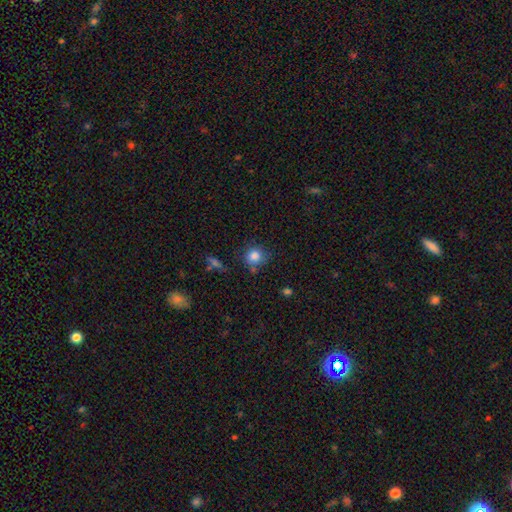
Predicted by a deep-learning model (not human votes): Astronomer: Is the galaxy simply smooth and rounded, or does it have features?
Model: smooth — 84%.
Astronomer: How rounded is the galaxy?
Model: round — 87%.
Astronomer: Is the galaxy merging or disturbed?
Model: none — 71%.